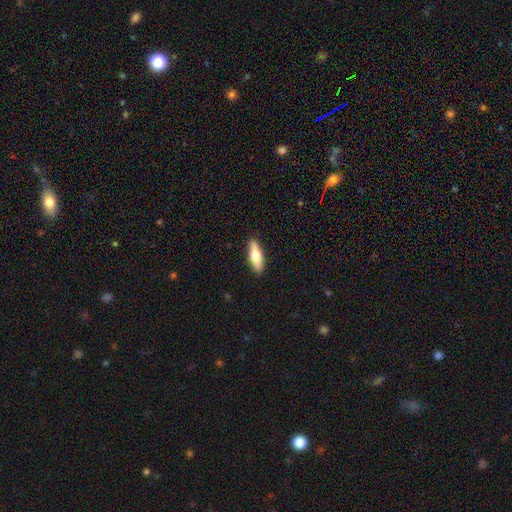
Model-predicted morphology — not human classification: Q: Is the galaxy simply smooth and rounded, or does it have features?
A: smooth — 59%.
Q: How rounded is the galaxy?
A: cigar-shaped — 49%.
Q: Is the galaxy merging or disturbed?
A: none — 90%.